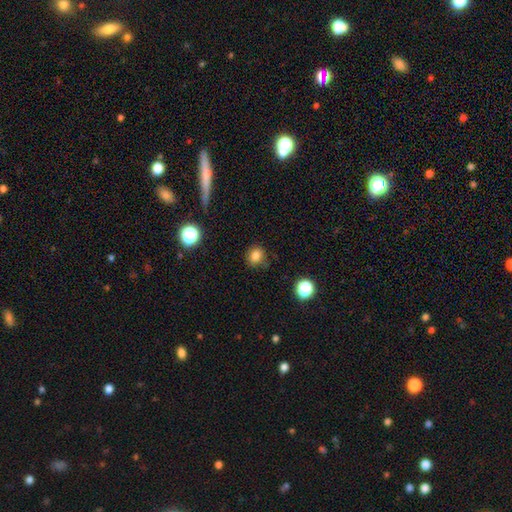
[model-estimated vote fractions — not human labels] This is clearly a smooth galaxy (81%). How rounded: likely round (74%). Merging: clearly none (81%).